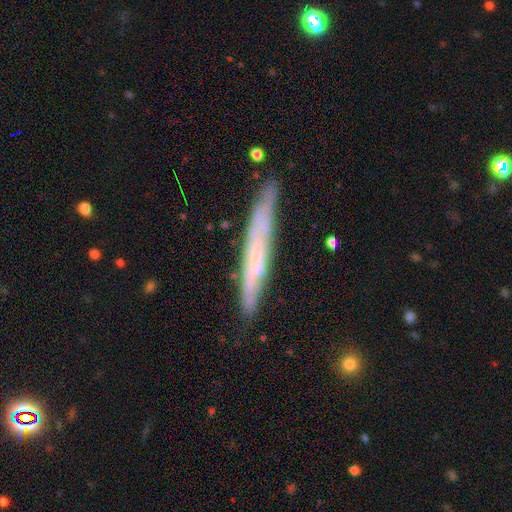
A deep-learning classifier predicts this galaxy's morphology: Smooth or featured: featured or disk — 60% (smooth — 33%)
Edge-on disk: yes — 81% (no — 19%)
Merging: none — 80% (minor disturbance — 15%)